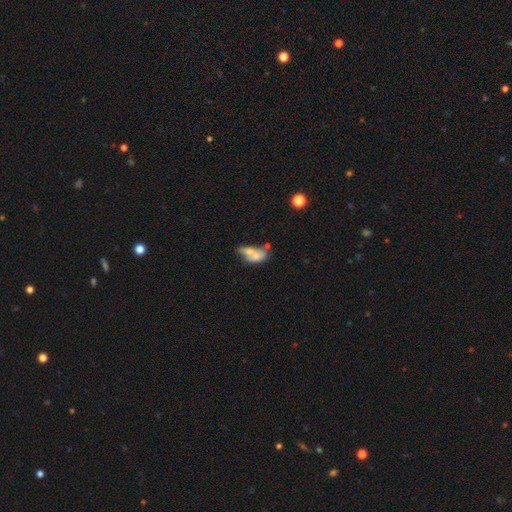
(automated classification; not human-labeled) A smooth galaxy with no disk features (55%) that is in between round and cigar-shaped (82%).

Vote fractions:
- Smooth or featured? smooth: 55% / featured or disk: 35% / star or artifact: 10%
- How rounded? in between: 82% / round: 10% / cigar-shaped: 8%
- Merging? merger: 55% / none: 19% / major disturbance: 13% / minor disturbance: 12%